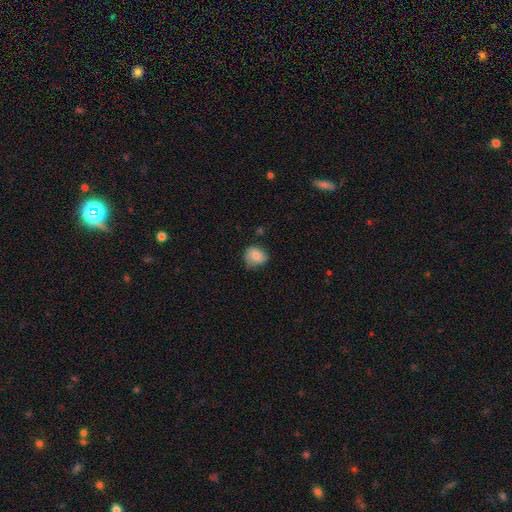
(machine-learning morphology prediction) smooth 80%, featured or disk 12%, star or artifact 8%. Down the decision tree: how rounded — round (62%); merging — none (60%).